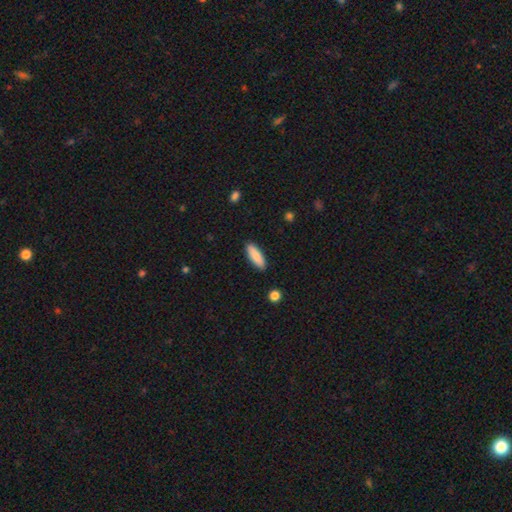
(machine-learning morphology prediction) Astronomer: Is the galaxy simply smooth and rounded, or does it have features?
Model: smooth — 86%.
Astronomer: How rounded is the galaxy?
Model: in between — 55% (runner-up: cigar-shaped, 44%).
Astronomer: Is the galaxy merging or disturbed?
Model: none — 89%.